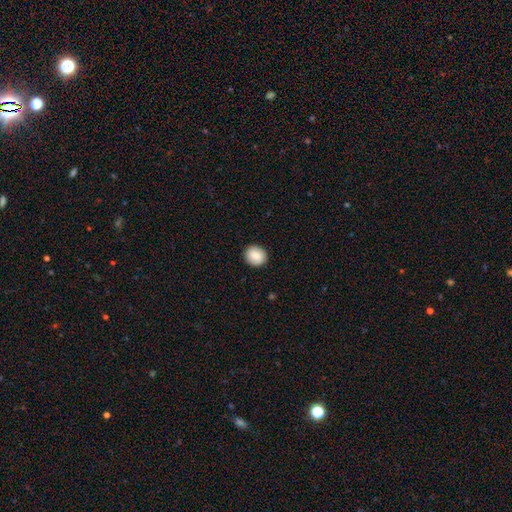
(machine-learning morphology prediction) type=smooth (81%); roundness=round (82%); merging=none (90%).